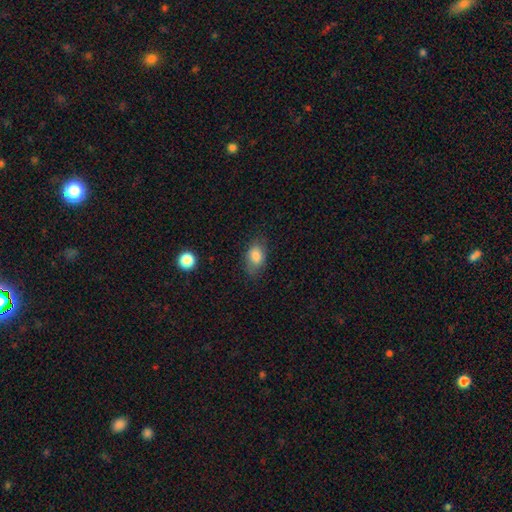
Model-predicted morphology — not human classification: Smooth or featured?
  - smooth: 82% *
  - featured or disk: 9%
  - star or artifact: 8%
How rounded?
  - in between: 85% *
  - round: 13%
  - cigar-shaped: 2%
Merging?
  - none: 72% *
  - minor disturbance: 20%
  - major disturbance: 6%
  - merger: 1%